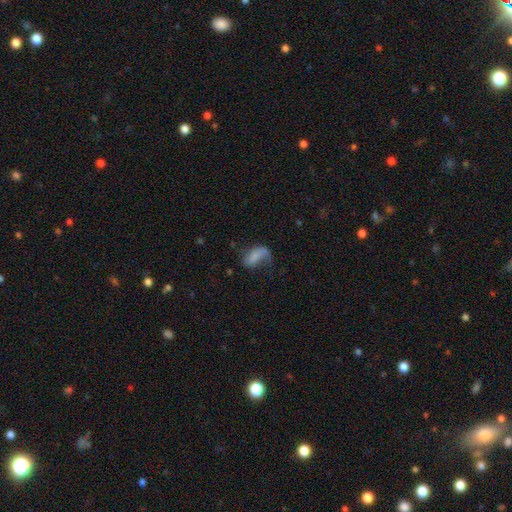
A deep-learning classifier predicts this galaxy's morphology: Q: Smooth or featured?
A: smooth (59%); runner-up: featured or disk (31%)
Q: How rounded?
A: in between (89%); runner-up: cigar-shaped (5%)
Q: Merging?
A: major disturbance (39%); runner-up: none (32%)